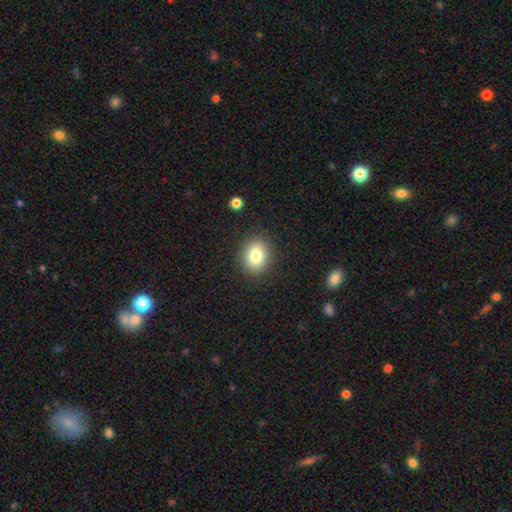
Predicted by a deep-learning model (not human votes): This is clearly a smooth galaxy (81%). How rounded: possibly round (52%). Merging: clearly none (88%).